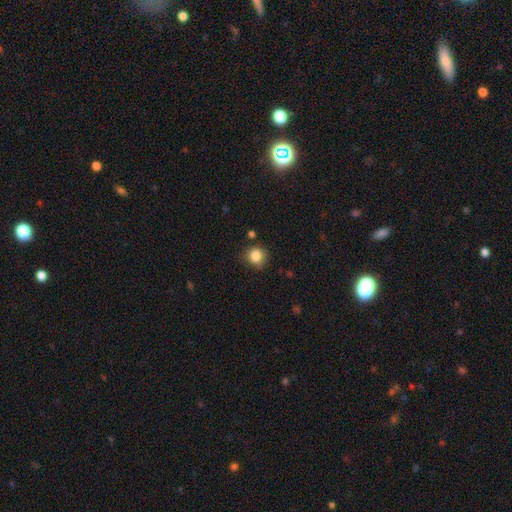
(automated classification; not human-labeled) Smooth or featured?
  - smooth: 85% *
  - star or artifact: 10%
  - featured or disk: 5%
How rounded?
  - round: 86% *
  - in between: 13%
  - cigar-shaped: 1%
Merging?
  - none: 73% *
  - minor disturbance: 19%
  - major disturbance: 5%
  - merger: 3%